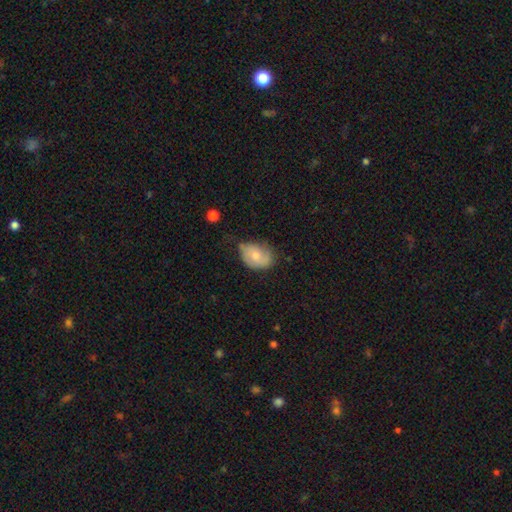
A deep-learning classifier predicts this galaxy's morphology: Smooth or featured? Predicted: smooth (p=0.65). How rounded? Predicted: in between (p=0.73). Merging? Predicted: none (p=0.48).